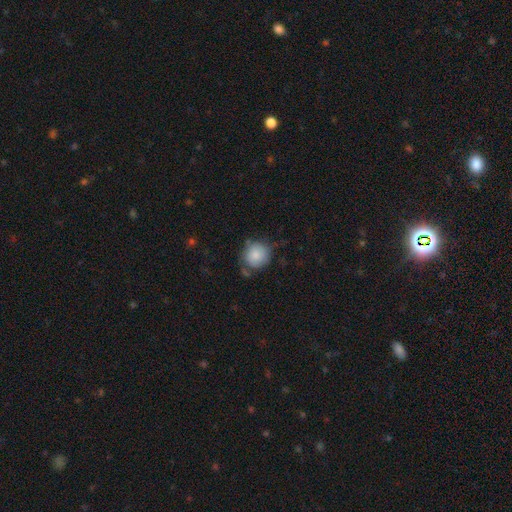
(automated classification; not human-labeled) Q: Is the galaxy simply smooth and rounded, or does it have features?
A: smooth — 81%.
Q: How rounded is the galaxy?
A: round — 87%.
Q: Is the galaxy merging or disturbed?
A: none — 59%.